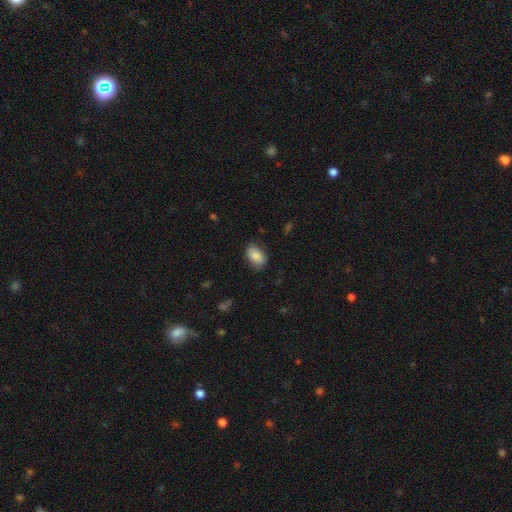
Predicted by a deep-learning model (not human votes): Smooth or featured: smooth — 85% (featured or disk — 8%)
How rounded: in between — 89% (round — 10%)
Merging: none — 81% (minor disturbance — 15%)